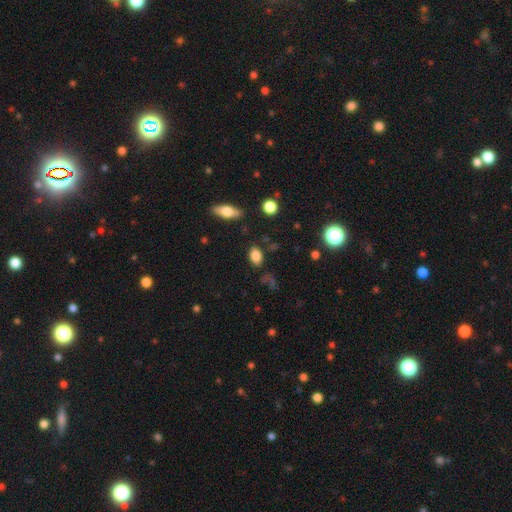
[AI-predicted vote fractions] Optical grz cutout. It shows a smooth galaxy with no disk features (84%) that is in between round and cigar-shaped (86%). Merging: none (80%).